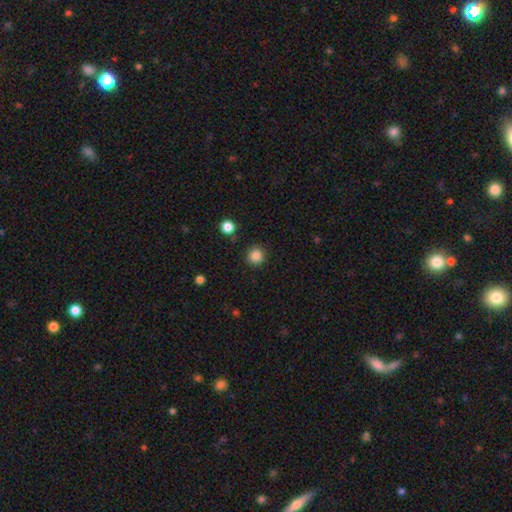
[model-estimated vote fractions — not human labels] Overall: smooth (86%). How rounded: round (93%). Merging: none (90%).